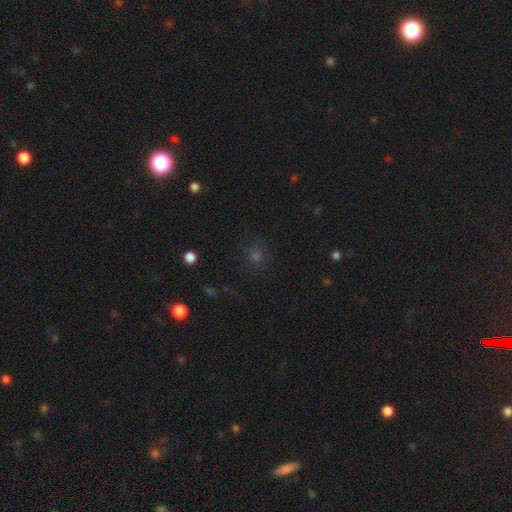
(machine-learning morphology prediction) Smooth or featured? smooth (54%)
How rounded? round (89%)
Merging? none (85%)